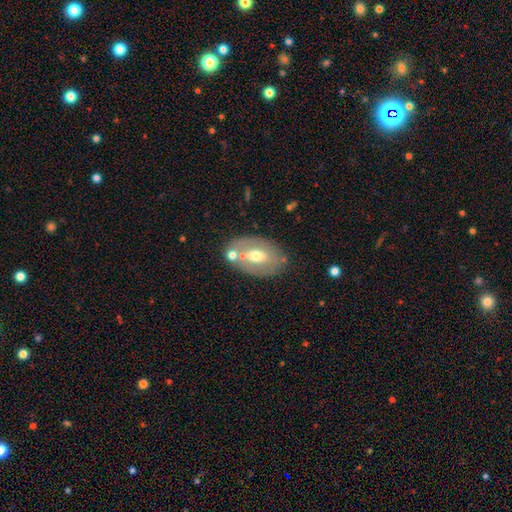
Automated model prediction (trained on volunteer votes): This appears to be a smooth galaxy with no disk features (48%). Merging: none (68%).